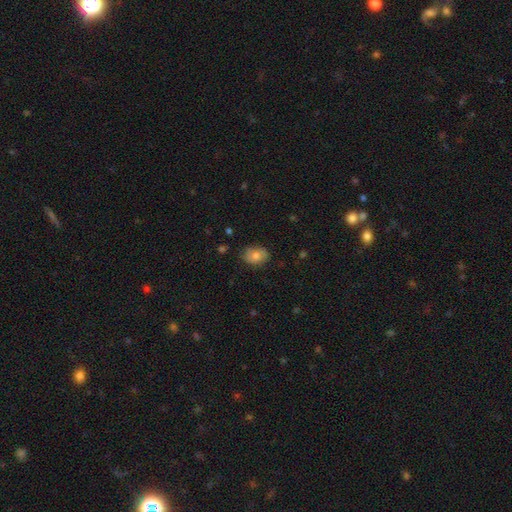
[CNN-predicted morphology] type=smooth (62%); roundness=in between (62%); merging=none (75%).